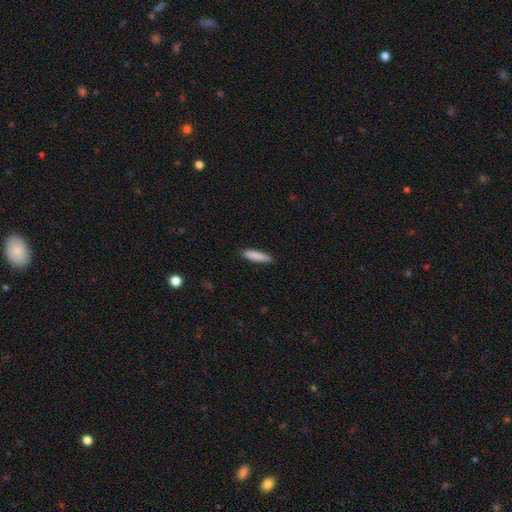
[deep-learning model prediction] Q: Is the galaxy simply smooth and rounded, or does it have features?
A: smooth — 87%.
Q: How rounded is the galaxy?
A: cigar-shaped — 80%.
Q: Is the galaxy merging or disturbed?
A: none — 89%.